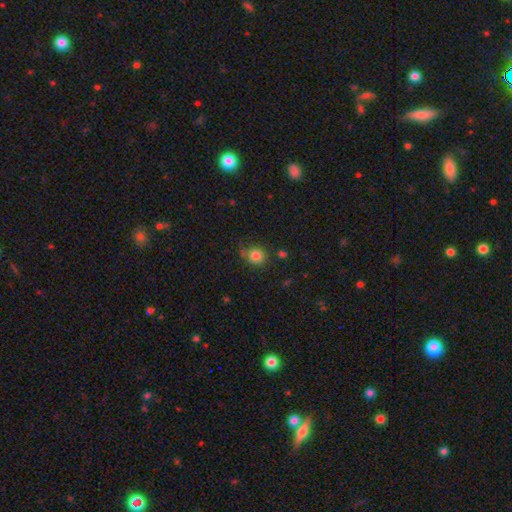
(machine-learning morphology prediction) Overall: smooth (81%). How rounded: round (84%). Merging: none (71%).